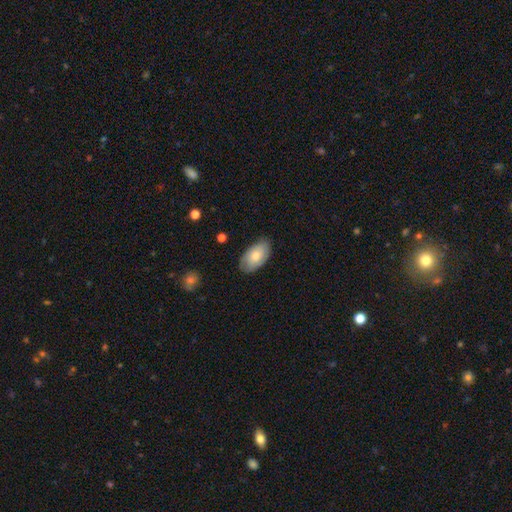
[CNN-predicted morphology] Smooth or featured?
  - smooth: 73% *
  - featured or disk: 21%
  - star or artifact: 6%
How rounded?
  - in between: 95% *
  - round: 4%
  - cigar-shaped: 2%
Merging?
  - none: 78% *
  - minor disturbance: 18%
  - major disturbance: 3%
  - merger: 1%